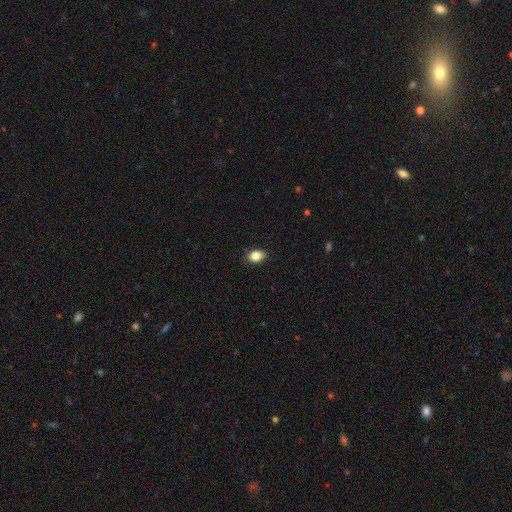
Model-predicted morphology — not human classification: Smooth or featured? Predicted: smooth (p=0.83). How rounded? Predicted: in between (p=0.77). Merging? Predicted: none (p=0.86).